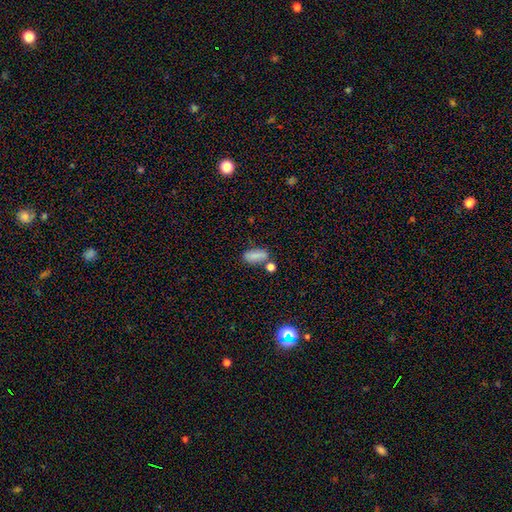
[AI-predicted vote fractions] A smooth galaxy with no disk features (80%) that is in between round and cigar-shaped (74%).

Vote fractions:
- Smooth or featured? smooth: 80% / star or artifact: 10% / featured or disk: 9%
- How rounded? in between: 74% / cigar-shaped: 19% / round: 6%
- Merging? none: 60% / merger: 18% / minor disturbance: 16% / major disturbance: 6%